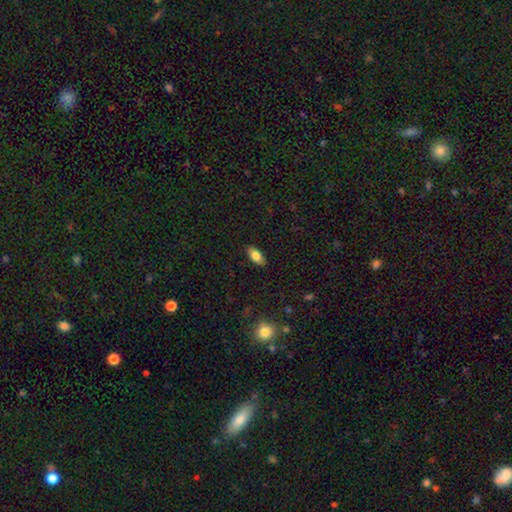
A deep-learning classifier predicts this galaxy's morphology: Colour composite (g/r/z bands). It shows a smooth galaxy with no disk features (79%) that is in between round and cigar-shaped (88%). Merging: none (88%).